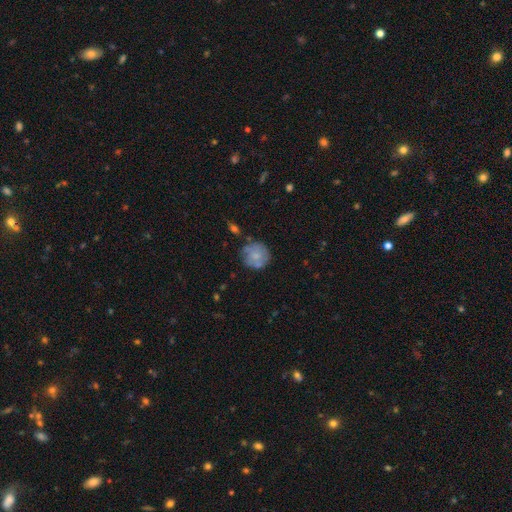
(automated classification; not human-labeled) smooth-or-featured: smooth: 60% | featured or disk: 32% | star or artifact: 7%
  how-rounded: round: 89% | in between: 10% | cigar-shaped: 1%
  merging: none: 66% | minor disturbance: 21% | major disturbance: 7% | merger: 6%